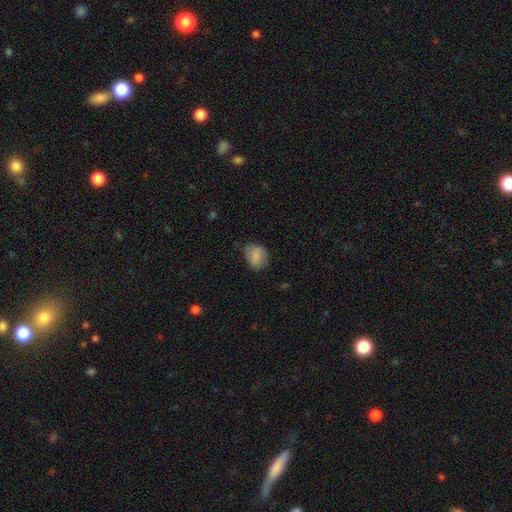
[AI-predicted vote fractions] Smooth or featured: smooth — 81% (featured or disk — 10%)
How rounded: in between — 51% (round — 48%)
Merging: none — 58% (minor disturbance — 32%)